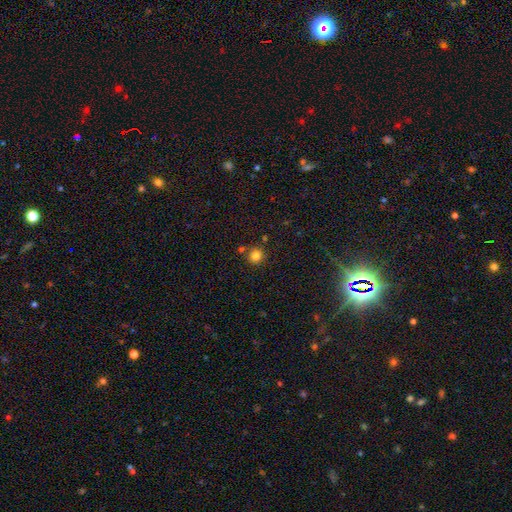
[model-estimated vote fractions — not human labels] Smooth or featured?
  - smooth: 82% *
  - star or artifact: 13%
  - featured or disk: 5%
How rounded?
  - round: 93% *
  - in between: 6%
  - cigar-shaped: 1%
Merging?
  - none: 78% *
  - merger: 10%
  - minor disturbance: 9%
  - major disturbance: 3%